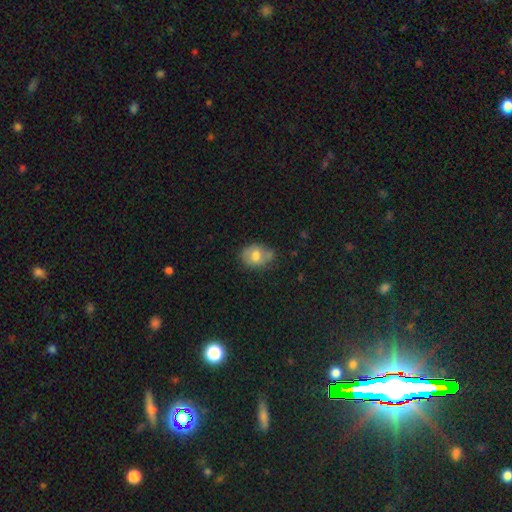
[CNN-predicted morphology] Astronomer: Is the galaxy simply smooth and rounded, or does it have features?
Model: smooth — 68%.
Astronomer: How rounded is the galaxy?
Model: in between — 63%.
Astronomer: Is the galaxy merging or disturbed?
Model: none — 61%.